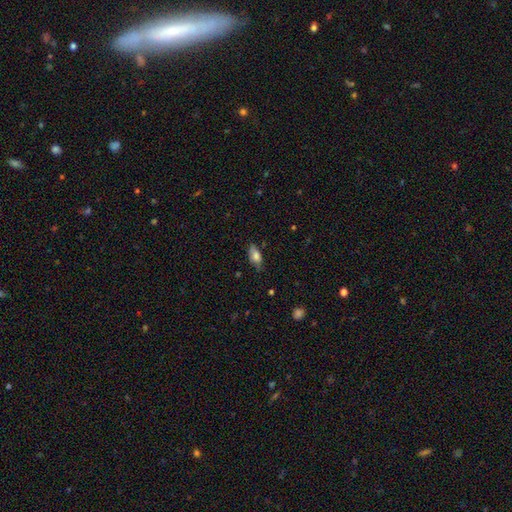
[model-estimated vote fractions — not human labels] smooth 75%, featured or disk 17%, star or artifact 8%. Down the decision tree: how rounded — in between (85%); merging — none (71%).